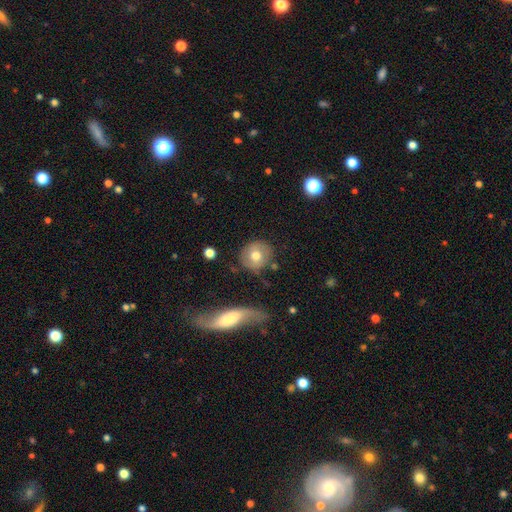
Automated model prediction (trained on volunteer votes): This appears to be a smooth galaxy with no disk features (65%) that is round (86%). Merging: none (77%).